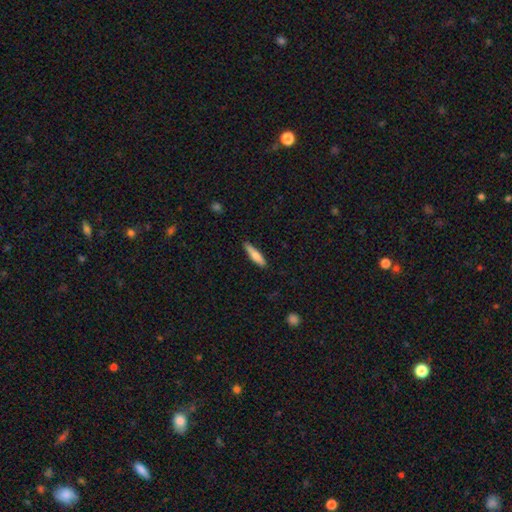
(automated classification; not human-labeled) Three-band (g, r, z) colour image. It shows a smooth galaxy with no disk features (71%) that is cigar-shaped (79%). Merging: none (83%).